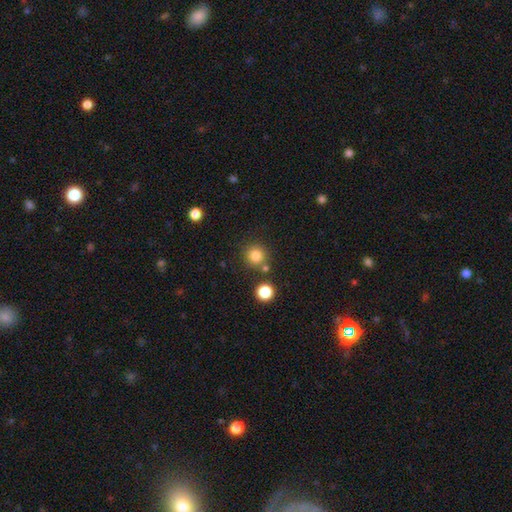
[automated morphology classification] smooth_or_featured: smooth (p=0.82) [alt: star or artifact p=0.12]
how_rounded: round (p=0.94) [alt: in between p=0.05]
merging: none (p=0.78) [alt: merger p=0.12]